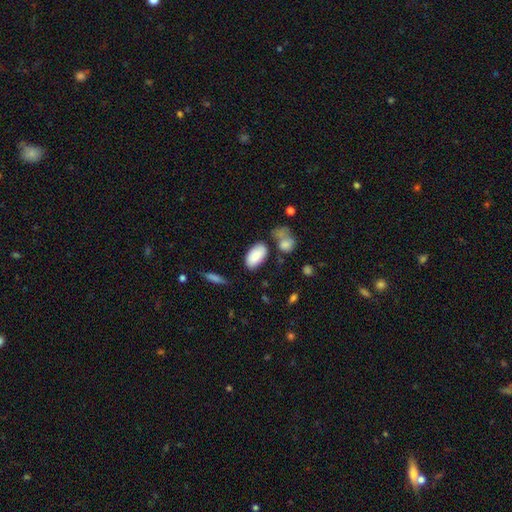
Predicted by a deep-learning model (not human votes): Smooth or featured? Predicted: smooth (p=0.86). How rounded? Predicted: in between (p=0.95). Merging? Predicted: none (p=0.66).